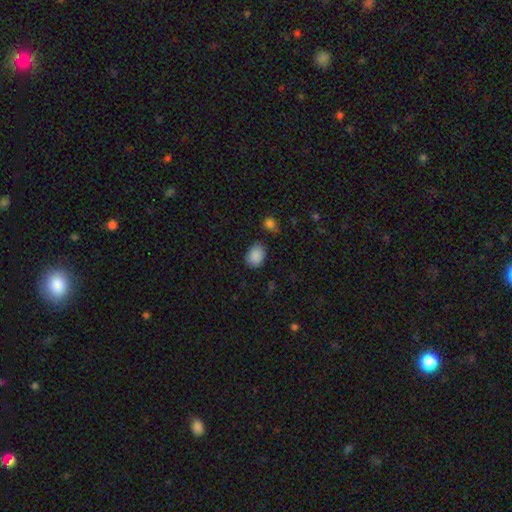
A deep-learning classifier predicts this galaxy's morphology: The model was most divided on "how rounded": in between: 63%, round: 36%, cigar-shaped: 1%. More confident: smooth or featured — smooth (88%); merging — none (79%).